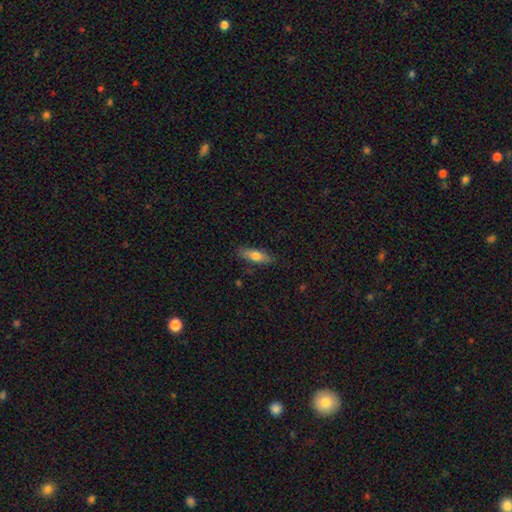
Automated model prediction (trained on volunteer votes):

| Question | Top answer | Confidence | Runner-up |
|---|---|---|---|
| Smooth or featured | smooth | 70% | featured or disk (23%) |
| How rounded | in between | 52% | cigar-shaped (45%) |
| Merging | none | 84% | minor disturbance (12%) |